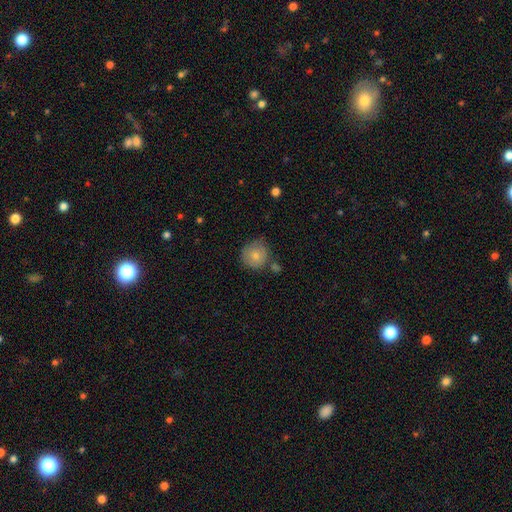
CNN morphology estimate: type=smooth (78%); roundness=round (92%); merging=none (68%).